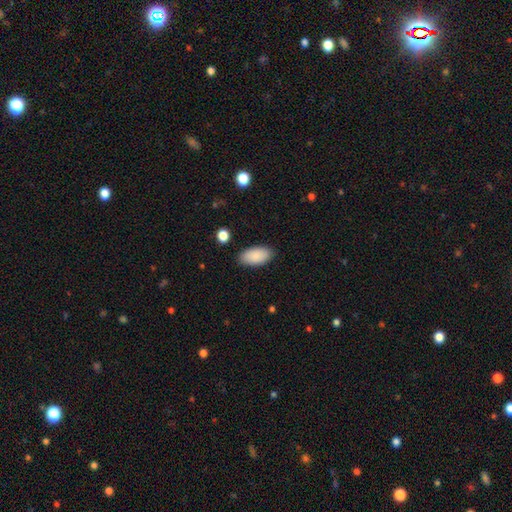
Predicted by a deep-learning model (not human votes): Smooth or featured?
  - smooth: 89% *
  - star or artifact: 6%
  - featured or disk: 5%
How rounded?
  - in between: 94% *
  - cigar-shaped: 4%
  - round: 2%
Merging?
  - none: 87% *
  - minor disturbance: 10%
  - major disturbance: 2%
  - merger: 1%